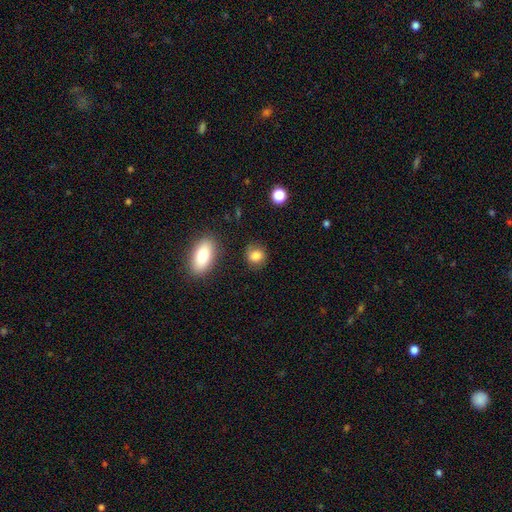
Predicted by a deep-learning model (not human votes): Smooth or featured?
  - smooth: 83% *
  - star or artifact: 9%
  - featured or disk: 8%
How rounded?
  - round: 70% *
  - in between: 29%
  - cigar-shaped: 1%
Merging?
  - none: 75% *
  - minor disturbance: 16%
  - major disturbance: 5%
  - merger: 3%